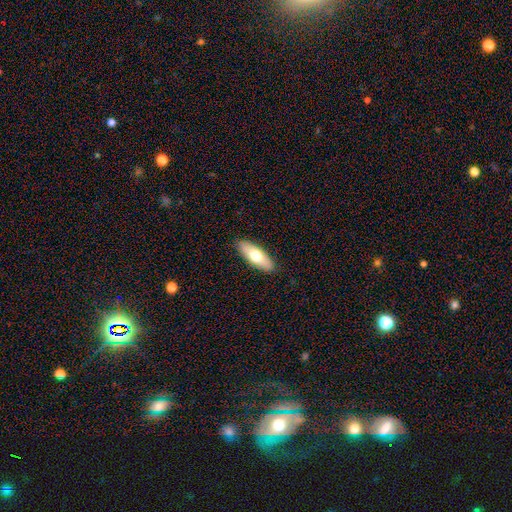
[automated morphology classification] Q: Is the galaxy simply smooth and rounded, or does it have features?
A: smooth — 67%.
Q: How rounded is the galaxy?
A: in between — 65%.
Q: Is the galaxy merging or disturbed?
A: none — 90%.